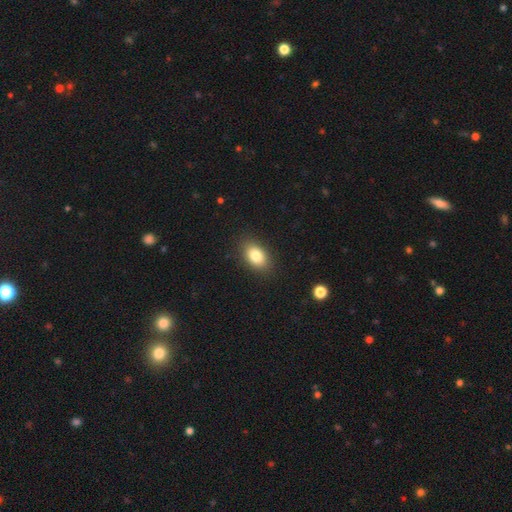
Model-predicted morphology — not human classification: This appears to be a smooth galaxy with no disk features (82%) that is in between round and cigar-shaped (87%). Merging: none (87%).